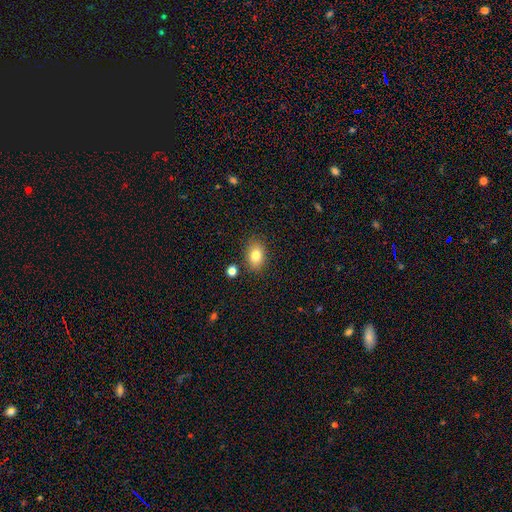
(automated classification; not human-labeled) smooth_or_featured: smooth (p=0.80) [alt: featured or disk p=0.10]
how_rounded: in between (p=0.79) [alt: round p=0.19]
merging: none (p=0.83) [alt: minor disturbance p=0.11]